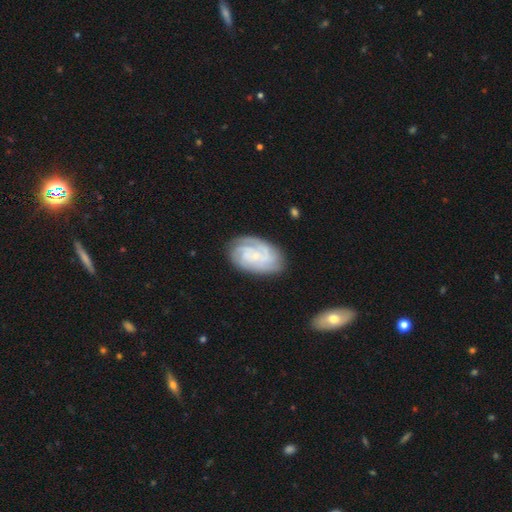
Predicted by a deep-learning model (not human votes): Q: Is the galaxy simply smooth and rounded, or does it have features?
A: featured or disk — 81%.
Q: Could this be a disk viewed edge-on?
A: no — 97%.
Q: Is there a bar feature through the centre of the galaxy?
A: no — 68%.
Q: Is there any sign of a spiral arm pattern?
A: yes — 96%.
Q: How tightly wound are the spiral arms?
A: tight — 69%.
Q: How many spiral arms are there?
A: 3 — 29%.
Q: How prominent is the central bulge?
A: small — 74%.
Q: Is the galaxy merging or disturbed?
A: none — 75%.